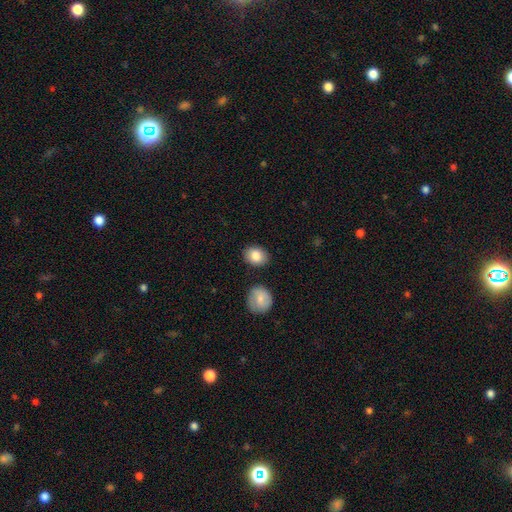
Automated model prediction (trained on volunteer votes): Q: Smooth or featured?
A: smooth (85%); runner-up: featured or disk (8%)
Q: How rounded?
A: in between (50%); runner-up: round (49%)
Q: Merging?
A: none (84%); runner-up: minor disturbance (10%)